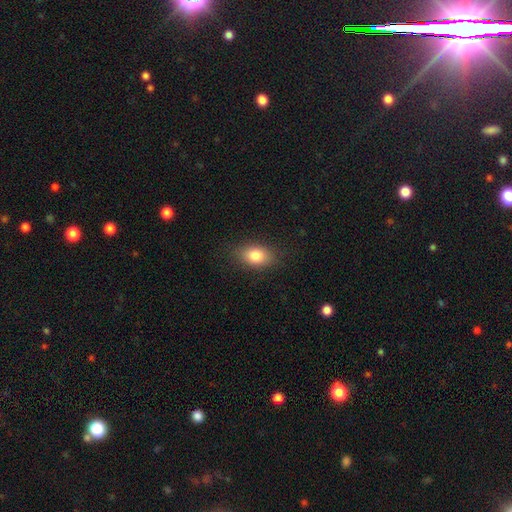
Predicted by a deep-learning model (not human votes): This is clearly a smooth galaxy (82%). How rounded: clearly in between (80%). Merging: clearly none (86%).